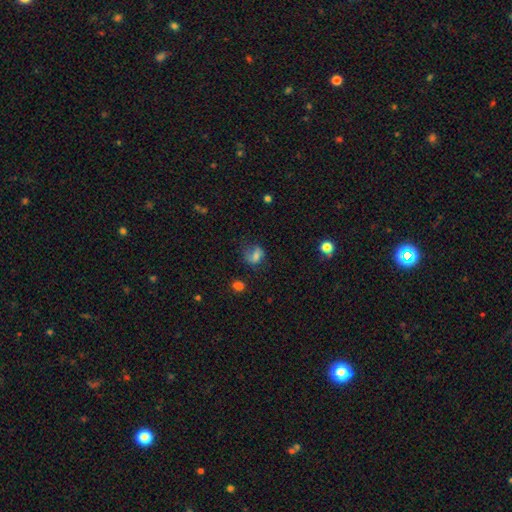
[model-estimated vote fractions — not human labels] A smooth galaxy with no disk features (63%) that is in between round and cigar-shaped (57%).

Vote fractions:
- Smooth or featured? smooth: 63% / featured or disk: 23% / star or artifact: 14%
- How rounded? in between: 57% / round: 41% / cigar-shaped: 2%
- Merging? none: 42% / minor disturbance: 27% / major disturbance: 27% / merger: 4%